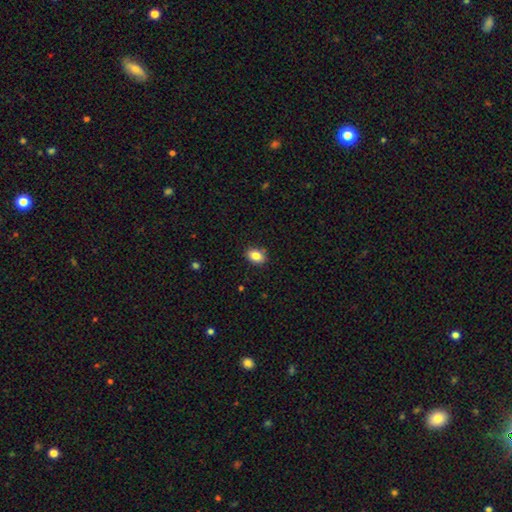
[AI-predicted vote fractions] Smooth or featured? Predicted: smooth (p=0.84). How rounded? Predicted: in between (p=0.78). Merging? Predicted: none (p=0.87).